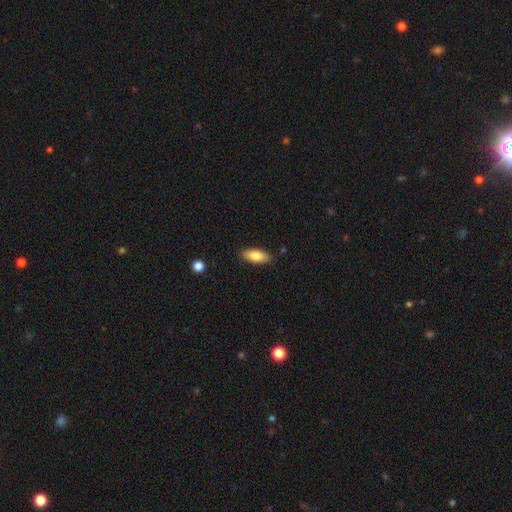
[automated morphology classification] A smooth galaxy with no disk features (83%) that is in between round and cigar-shaped (79%).

Vote fractions:
- Smooth or featured? smooth: 83% / featured or disk: 10% / star or artifact: 7%
- How rounded? in between: 79% / cigar-shaped: 19% / round: 2%
- Merging? none: 86% / minor disturbance: 10% / major disturbance: 2% / merger: 1%